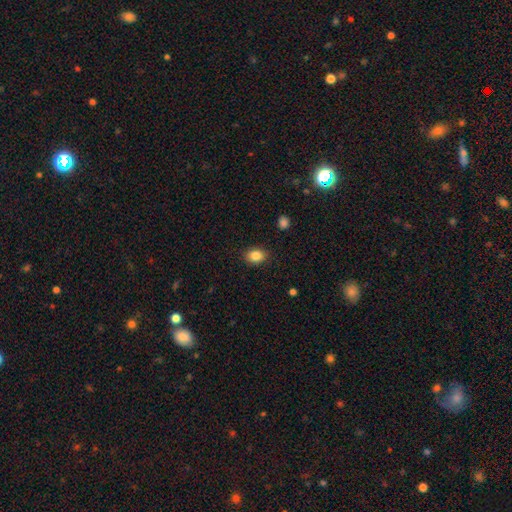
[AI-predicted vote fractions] Smooth or featured? smooth (85%)
How rounded? in between (66%)
Merging? none (88%)